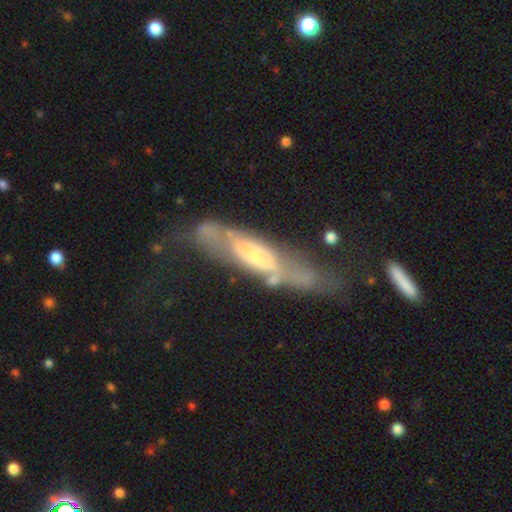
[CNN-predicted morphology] smooth-or-featured: featured or disk: 62% | smooth: 31% | star or artifact: 7%
  disk-edge-on: no: 52% | yes: 48%
  merging: none: 40% | major disturbance: 28% | minor disturbance: 23% | merger: 10%